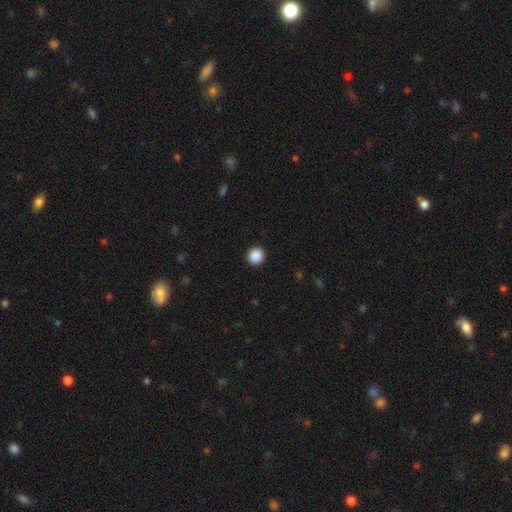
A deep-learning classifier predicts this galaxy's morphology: smooth-or-featured: smooth: 89% | star or artifact: 9% | featured or disk: 2%
  how-rounded: round: 96% | in between: 4% | cigar-shaped: 1%
  merging: none: 93% | minor disturbance: 4% | major disturbance: 2% | merger: 1%